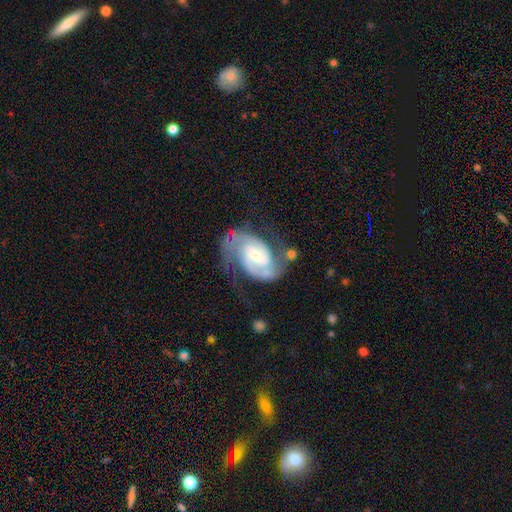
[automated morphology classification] Smooth or featured? Predicted: featured or disk (p=0.88). Edge-on disk? Predicted: no (p=0.97). Bar? Predicted: weak (p=0.51). Spiral arms? Predicted: yes (p=0.97). Spiral winding? Predicted: medium (p=0.46). Spiral arm count? Predicted: 2 (p=0.84). Bulge size? Predicted: moderate (p=0.47). Merging? Predicted: none (p=0.60).